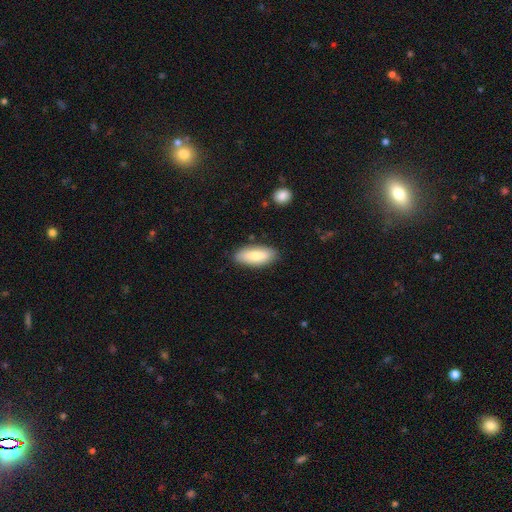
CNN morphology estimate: A smooth galaxy with no disk features (78%) that is in between round and cigar-shaped (82%). Merging: none (84%).